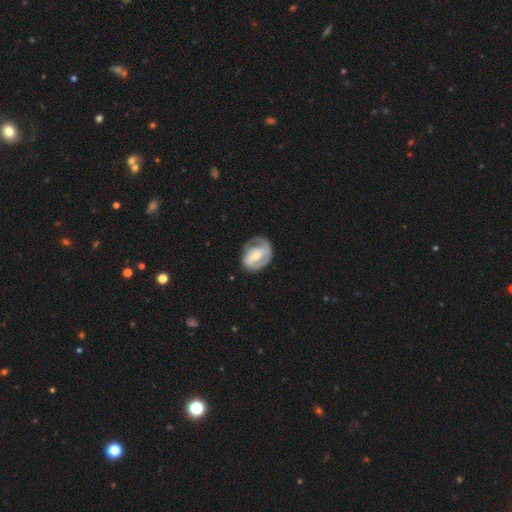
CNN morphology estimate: This appears to be a featured or disk galaxy (65%) with a weak bar (38%), spiral arms (69%) and a small central bulge (50%). Merging: none (51%).